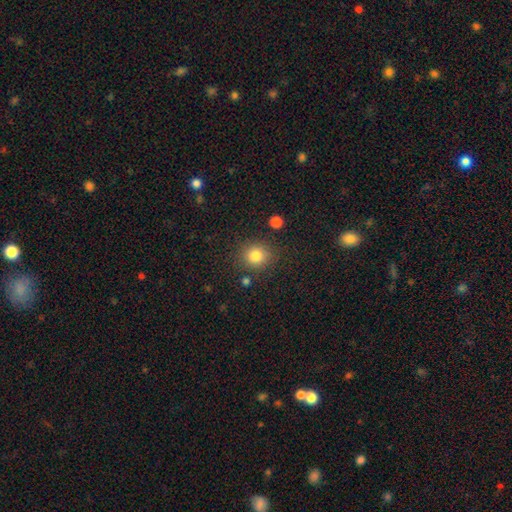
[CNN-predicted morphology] smooth 83%, star or artifact 11%, featured or disk 6%. Down the decision tree: how rounded — round (84%); merging — none (83%).